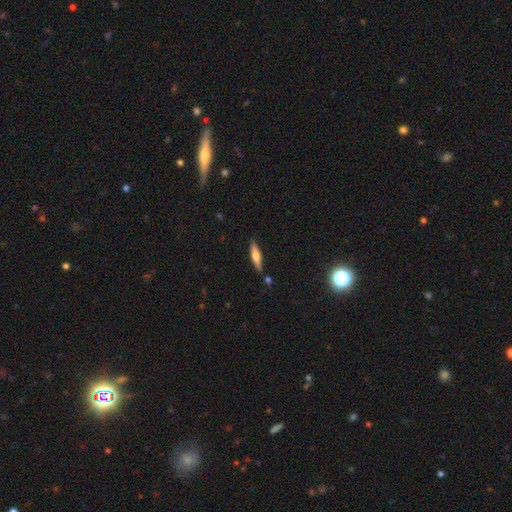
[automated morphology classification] smooth 52%, featured or disk 41%, star or artifact 7%. Down the decision tree: how rounded — cigar-shaped (77%); merging — none (85%).